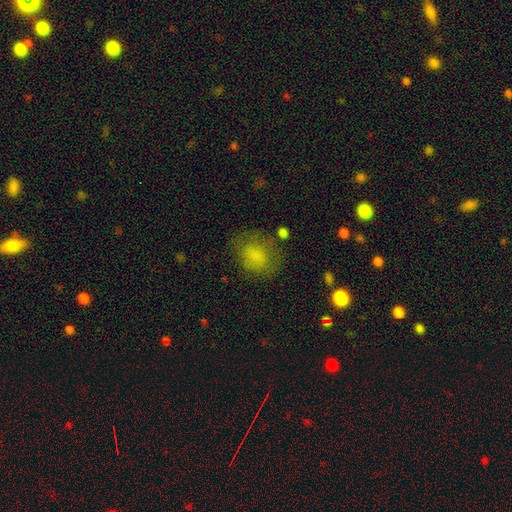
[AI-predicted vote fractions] This appears to be a smooth galaxy with no disk features (75%) that is round (57%). Merging: none (64%).